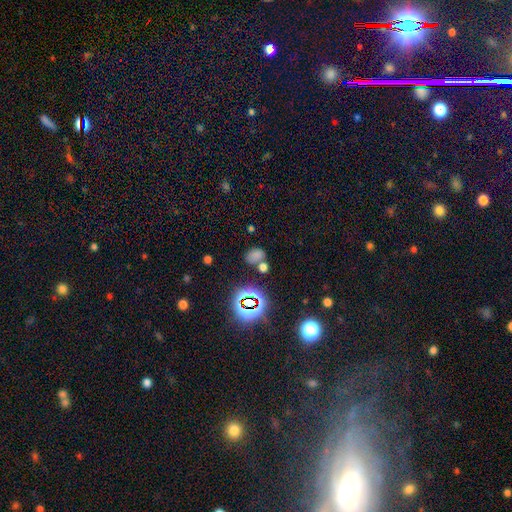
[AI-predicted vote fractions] smooth-or-featured: smooth: 64% | star or artifact: 28% | featured or disk: 8%
  how-rounded: in between: 79% | round: 19% | cigar-shaped: 2%
  merging: none: 58% | merger: 21% | minor disturbance: 15% | major disturbance: 6%